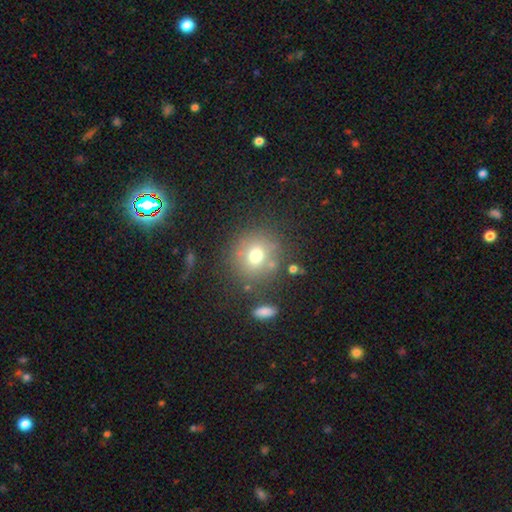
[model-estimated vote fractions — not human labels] A smooth galaxy with no disk features (71%) that is round (87%).

Vote fractions:
- Smooth or featured? smooth: 71% / star or artifact: 15% / featured or disk: 14%
- How rounded? round: 87% / in between: 12% / cigar-shaped: 1%
- Merging? none: 76% / minor disturbance: 12% / merger: 6% / major disturbance: 6%